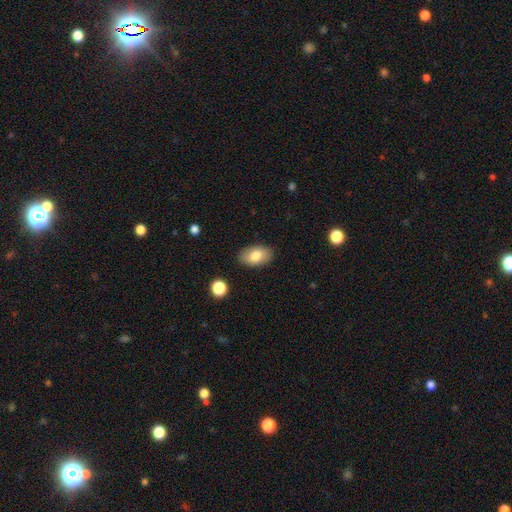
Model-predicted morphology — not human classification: Q: Smooth or featured?
A: smooth (79%); runner-up: featured or disk (14%)
Q: How rounded?
A: in between (92%); runner-up: round (7%)
Q: Merging?
A: none (87%); runner-up: minor disturbance (10%)